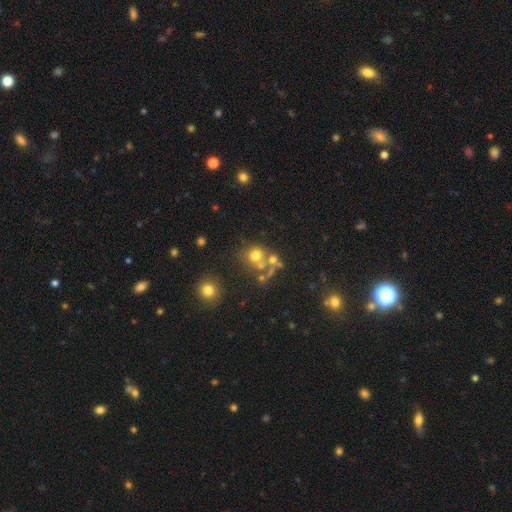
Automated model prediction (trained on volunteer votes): This is likely a smooth galaxy (65%). How rounded: likely round (80%). Merging: marginally none (44%).